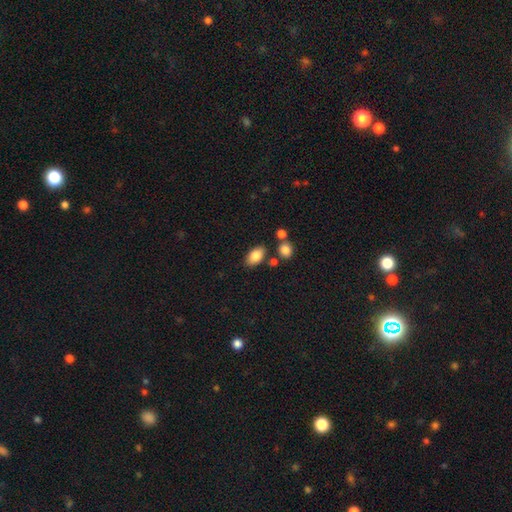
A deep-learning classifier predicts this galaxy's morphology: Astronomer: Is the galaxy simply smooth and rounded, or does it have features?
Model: smooth — 83%.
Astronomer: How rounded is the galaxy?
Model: in between — 91%.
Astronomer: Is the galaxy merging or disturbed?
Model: none — 77%.